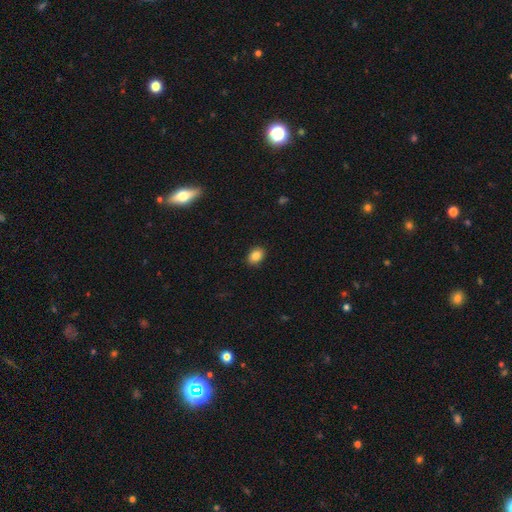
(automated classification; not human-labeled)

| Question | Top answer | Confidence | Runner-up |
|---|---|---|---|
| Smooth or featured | smooth | 86% | star or artifact (9%) |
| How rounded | in between | 75% | round (24%) |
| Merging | none | 90% | minor disturbance (7%) |